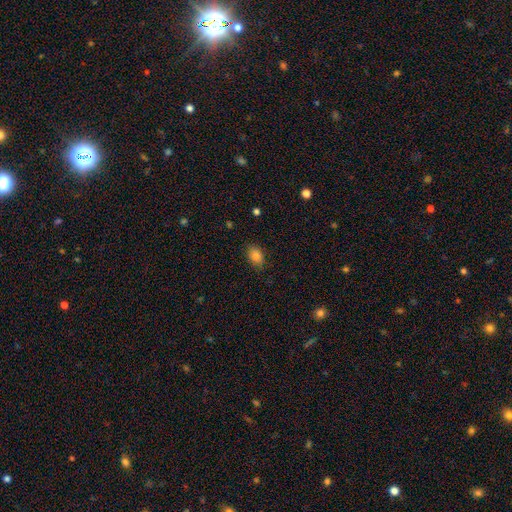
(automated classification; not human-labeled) smooth 85%, star or artifact 10%, featured or disk 5%. Down the decision tree: how rounded — in between (76%); merging — none (82%).